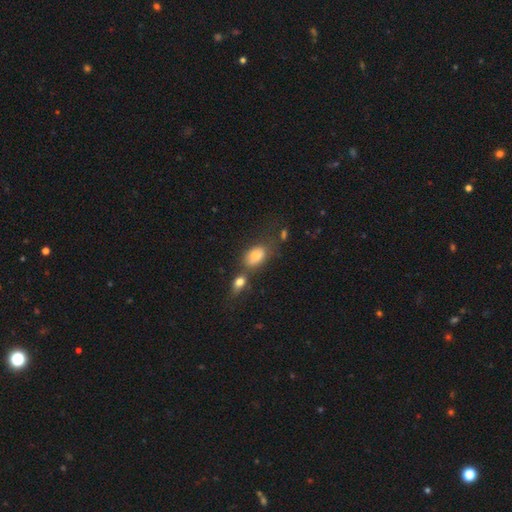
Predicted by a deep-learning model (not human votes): Smooth or featured? smooth (78%)
How rounded? in between (84%)
Merging? none (47%)